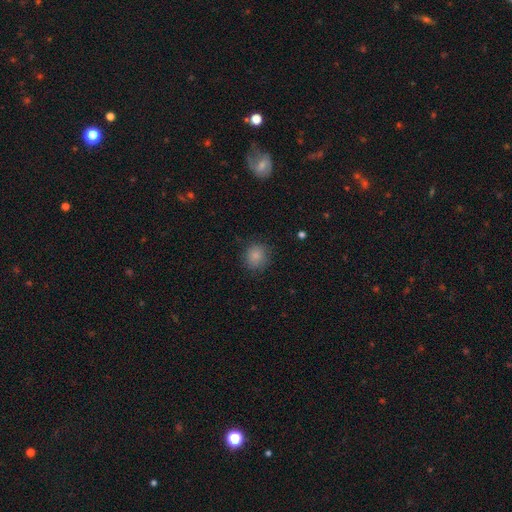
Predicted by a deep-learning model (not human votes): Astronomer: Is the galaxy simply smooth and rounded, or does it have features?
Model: smooth — 84%.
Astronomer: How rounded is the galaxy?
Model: round — 85%.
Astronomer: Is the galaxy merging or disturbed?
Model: none — 80%.